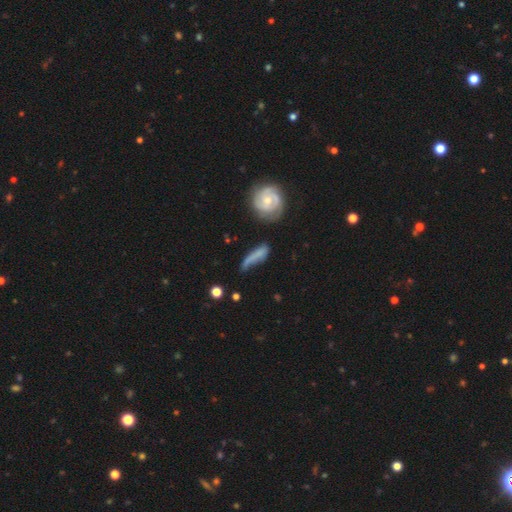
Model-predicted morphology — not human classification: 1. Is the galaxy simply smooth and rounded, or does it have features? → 53% smooth, 39% featured or disk, 9% star or artifact.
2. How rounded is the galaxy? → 69% cigar-shaped, 26% in between, 5% round.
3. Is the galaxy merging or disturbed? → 43% none, 30% minor disturbance, 19% major disturbance, 8% merger.